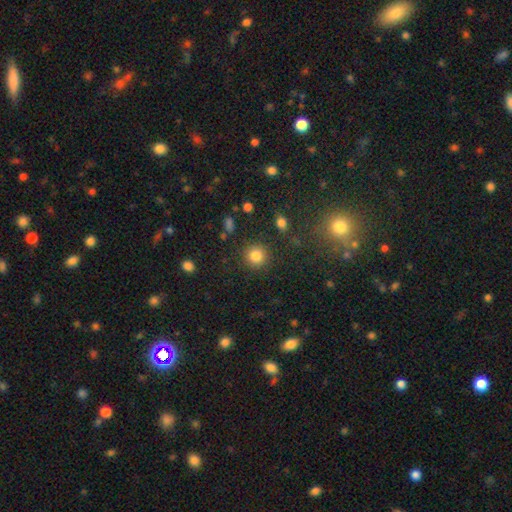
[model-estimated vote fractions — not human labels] smooth_or_featured: smooth (p=0.83) [alt: star or artifact p=0.11]
how_rounded: round (p=0.92) [alt: in between p=0.07]
merging: none (p=0.88) [alt: minor disturbance p=0.07]